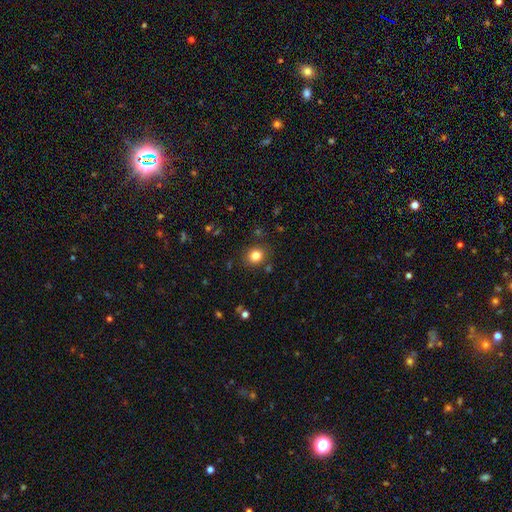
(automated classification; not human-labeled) This appears to be a smooth galaxy with no disk features (82%) that is round (75%). Merging: none (86%).